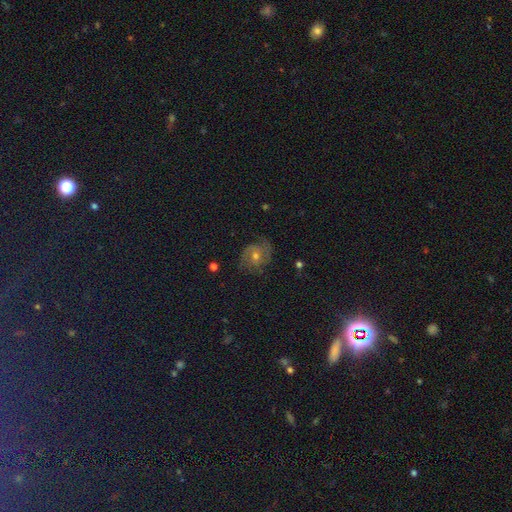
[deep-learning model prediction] Smooth or featured?
  - featured or disk: 67% *
  - smooth: 17%
  - star or artifact: 15%
Edge-on disk?
  - no: 97% *
  - yes: 3%
Bar?
  - no: 66% *
  - weak: 28%
  - strong: 6%
Spiral arms?
  - yes: 91% *
  - no: 9%
Spiral winding?
  - medium: 45% *
  - tight: 40%
  - loose: 15%
Spiral arm count?
  - 2: 59% *
  - can't tell: 19%
  - 3: 11%
  - 1: 4%
  - 4: 3%
  - more than 4: 3%
Bulge size?
  - moderate: 57% *
  - small: 37%
  - large: 3%
  - none: 2%
  - dominant: 1%
Merging?
  - none: 75% *
  - minor disturbance: 17%
  - major disturbance: 7%
  - merger: 1%